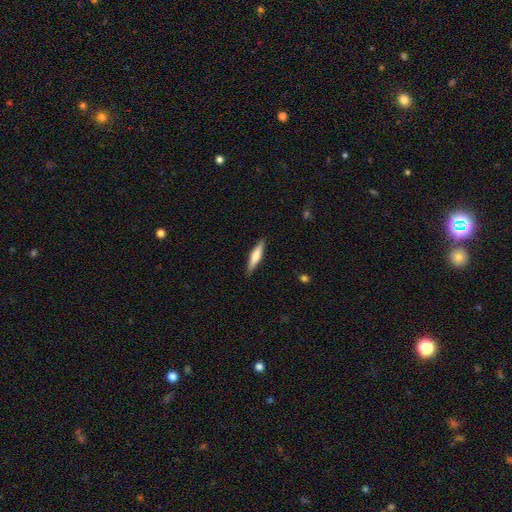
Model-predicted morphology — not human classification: Overall: smooth (53%; featured or disk 42%). How rounded: cigar-shaped (81%). Merging: none (90%).